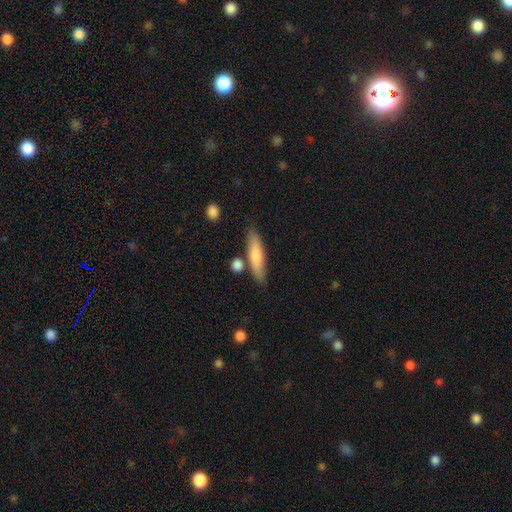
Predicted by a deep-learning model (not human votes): Morphology: type=smooth (74%); roundness=cigar-shaped (78%); merging=none (77%).